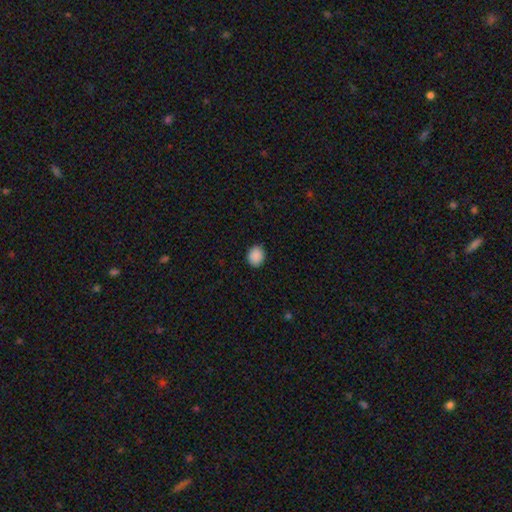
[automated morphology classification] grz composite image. It shows a smooth galaxy with no disk features (89%) that is round (69%). Merging: none (90%).